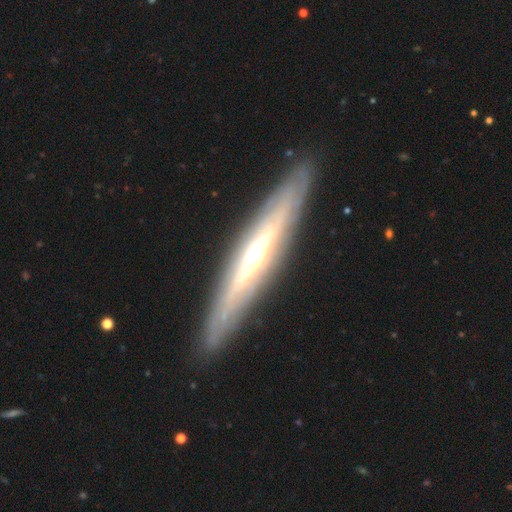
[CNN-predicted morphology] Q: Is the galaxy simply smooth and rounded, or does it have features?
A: featured or disk — 79%.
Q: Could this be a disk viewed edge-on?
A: yes — 84%.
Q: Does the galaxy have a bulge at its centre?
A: rounded — 81%.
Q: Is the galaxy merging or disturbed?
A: none — 88%.